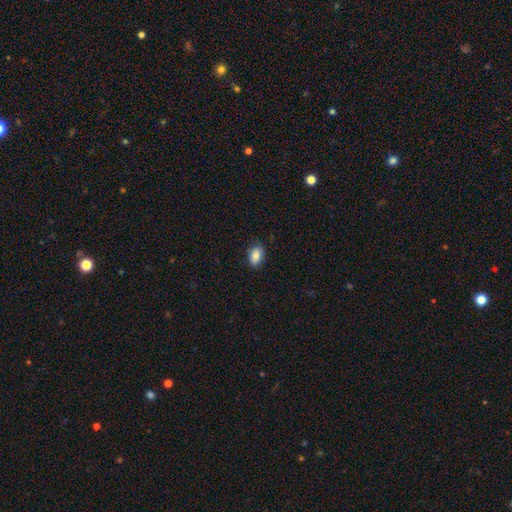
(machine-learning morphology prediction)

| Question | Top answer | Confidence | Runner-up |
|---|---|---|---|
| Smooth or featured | smooth | 88% | star or artifact (8%) |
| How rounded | in between | 87% | round (12%) |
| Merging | none | 83% | minor disturbance (13%) |